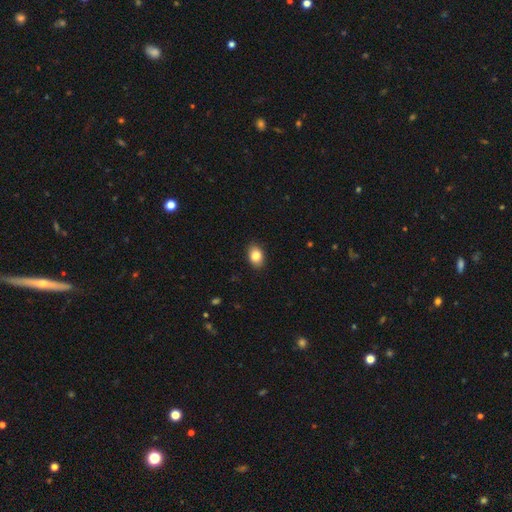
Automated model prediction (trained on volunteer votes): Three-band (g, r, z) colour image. It shows a smooth galaxy with no disk features (85%) that is in between round and cigar-shaped (79%). Merging: none (88%).